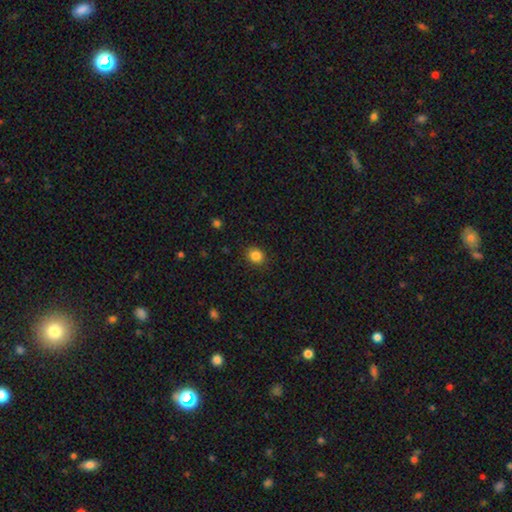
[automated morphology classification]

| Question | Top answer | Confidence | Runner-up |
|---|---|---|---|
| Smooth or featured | smooth | 85% | star or artifact (11%) |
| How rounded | round | 75% | in between (24%) |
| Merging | none | 90% | minor disturbance (7%) |